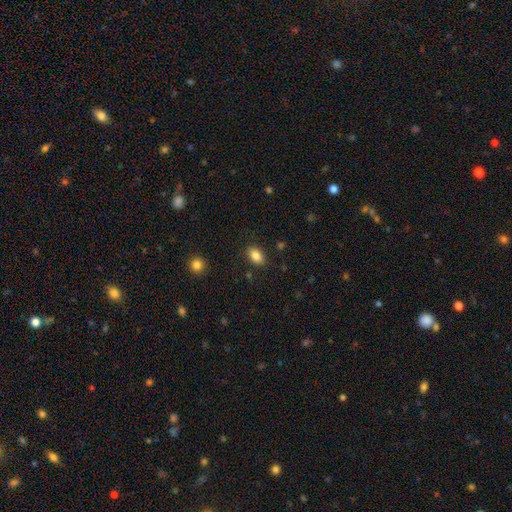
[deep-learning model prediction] Morphology: type=smooth (86%); roundness=in between (89%); merging=none (86%).